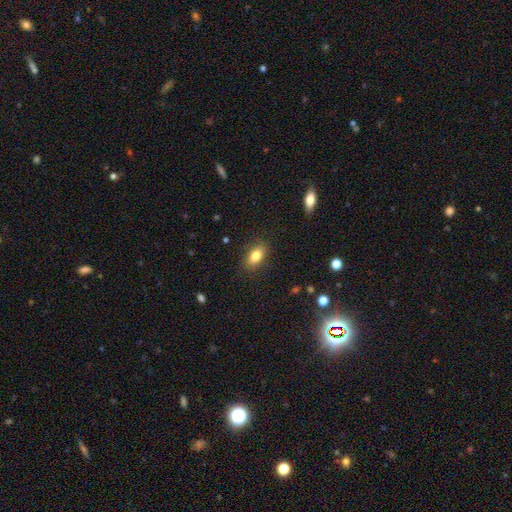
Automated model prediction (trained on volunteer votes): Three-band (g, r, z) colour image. It shows a smooth galaxy with no disk features (81%) that is in between round and cigar-shaped (87%). Merging: none (86%).